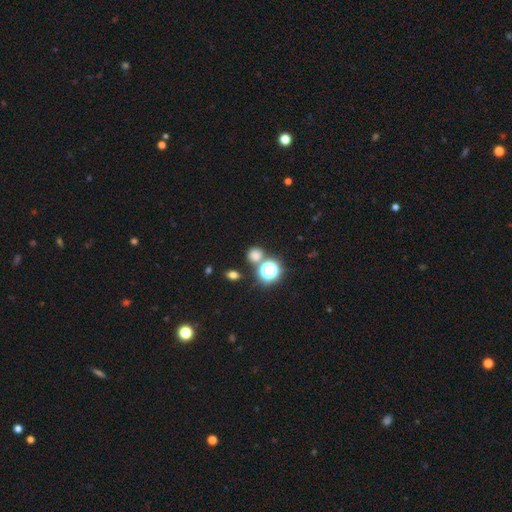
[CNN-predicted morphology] This appears to be a smooth galaxy with no disk features (68%) that is round (81%). Merging: none (72%).